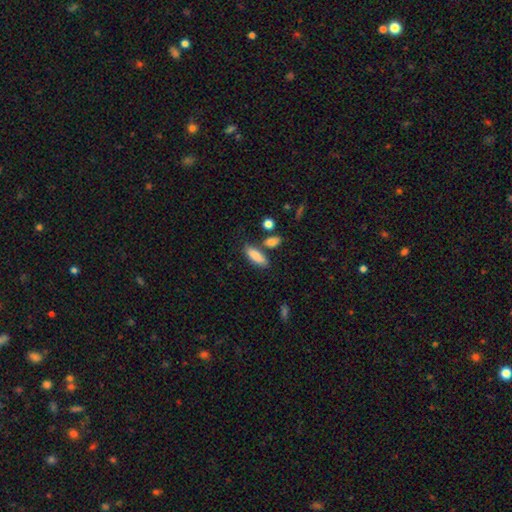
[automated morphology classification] Smooth or featured? smooth (85%)
How rounded? in between (57%)
Merging? none (70%)